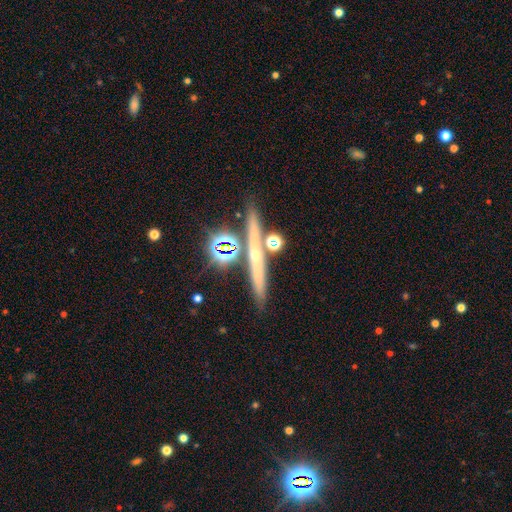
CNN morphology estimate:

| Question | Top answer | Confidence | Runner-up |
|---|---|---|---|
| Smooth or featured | featured or disk | 49% | smooth (28%) |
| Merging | none | 78% | merger (11%) |